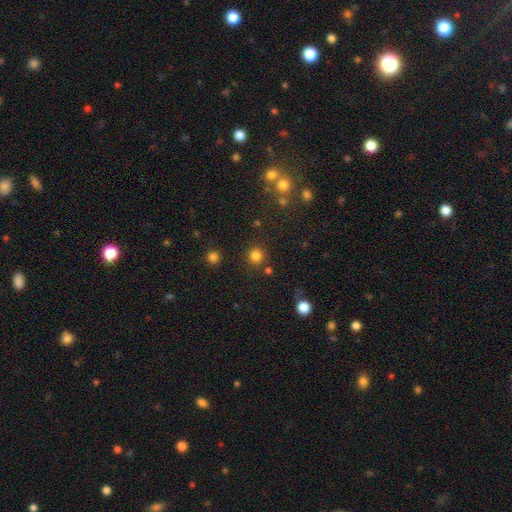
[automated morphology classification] A smooth galaxy with no disk features (81%) that is round (93%).

Vote fractions:
- Smooth or featured? smooth: 81% / star or artifact: 15% / featured or disk: 4%
- How rounded? round: 93% / in between: 6% / cigar-shaped: 1%
- Merging? none: 86% / minor disturbance: 7% / merger: 4% / major disturbance: 3%